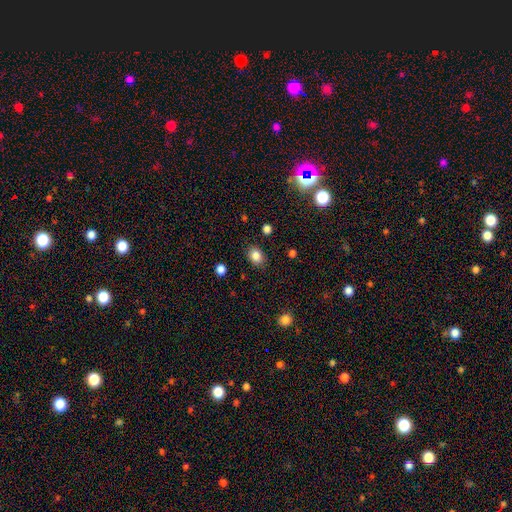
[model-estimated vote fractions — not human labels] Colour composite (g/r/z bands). It shows a smooth galaxy with no disk features (85%) that is in between round and cigar-shaped (57%). Merging: none (87%).